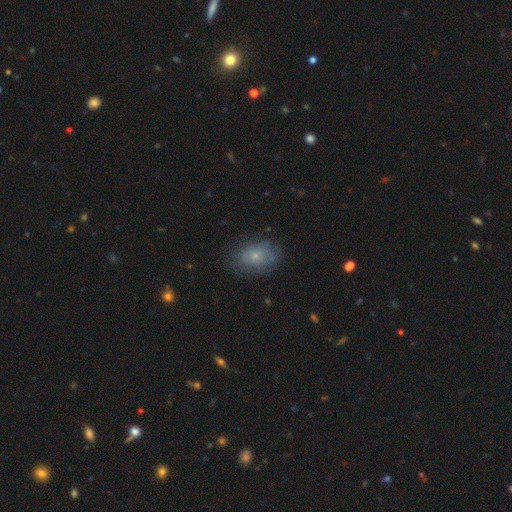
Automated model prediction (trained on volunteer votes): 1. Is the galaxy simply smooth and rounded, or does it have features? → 69% smooth, 20% featured or disk, 10% star or artifact.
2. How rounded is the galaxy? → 76% in between, 22% round, 1% cigar-shaped.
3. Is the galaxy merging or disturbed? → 73% none, 18% minor disturbance, 7% major disturbance, 1% merger.